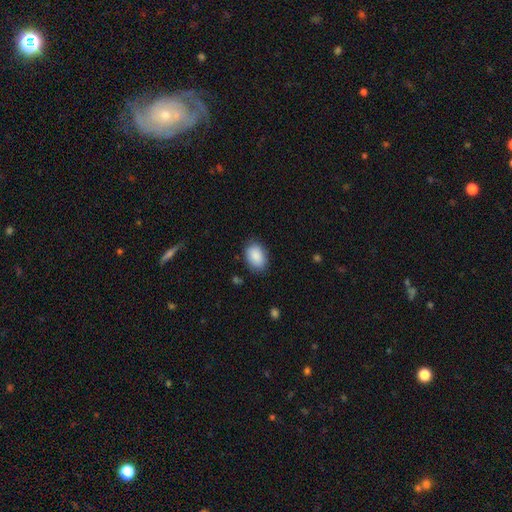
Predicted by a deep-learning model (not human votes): Smooth or featured?
  - smooth: 89% *
  - star or artifact: 6%
  - featured or disk: 4%
How rounded?
  - in between: 88% *
  - round: 11%
  - cigar-shaped: 1%
Merging?
  - none: 84% *
  - minor disturbance: 12%
  - major disturbance: 3%
  - merger: 1%